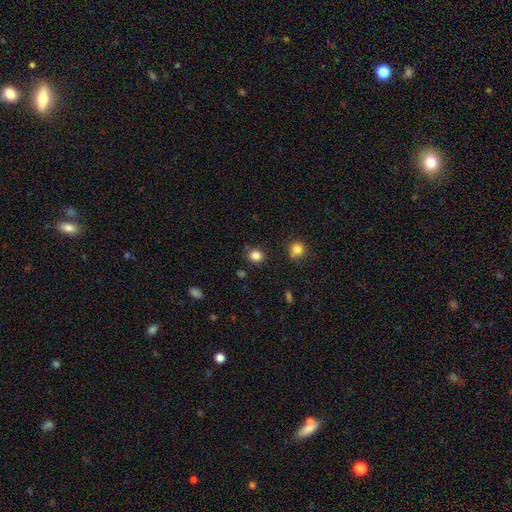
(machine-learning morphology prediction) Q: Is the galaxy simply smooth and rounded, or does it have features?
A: smooth — 83%.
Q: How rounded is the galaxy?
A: round — 79%.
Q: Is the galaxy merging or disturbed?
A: none — 86%.